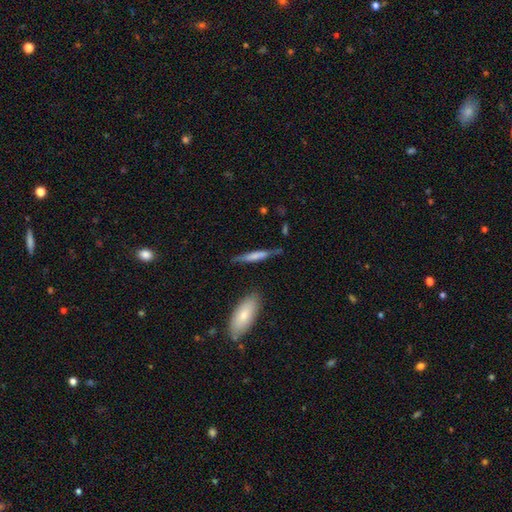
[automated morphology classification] This appears to be a smooth galaxy with no disk features (60%) that is cigar-shaped (86%). Merging: none (72%).